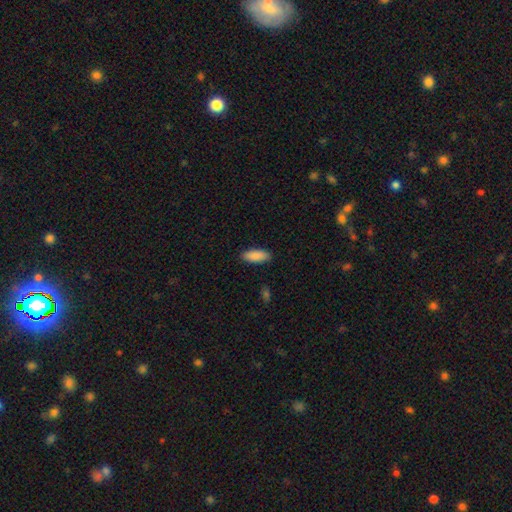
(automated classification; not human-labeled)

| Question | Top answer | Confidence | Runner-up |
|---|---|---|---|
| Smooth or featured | smooth | 90% | star or artifact (6%) |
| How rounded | in between | 80% | cigar-shaped (19%) |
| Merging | none | 89% | minor disturbance (8%) |